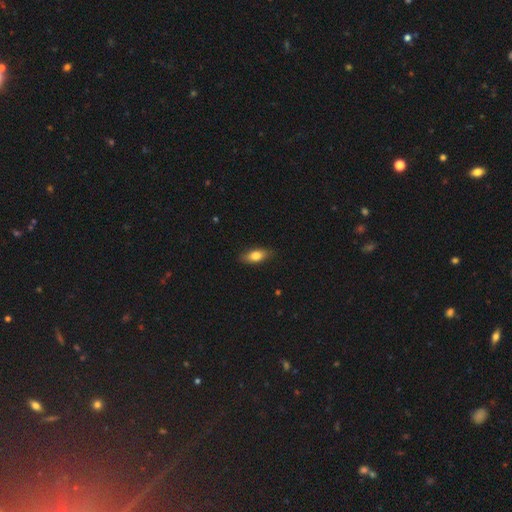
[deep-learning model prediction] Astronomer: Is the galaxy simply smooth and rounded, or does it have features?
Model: smooth — 76%.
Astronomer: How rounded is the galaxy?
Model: in between — 78%.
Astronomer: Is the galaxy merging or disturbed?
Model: none — 85%.